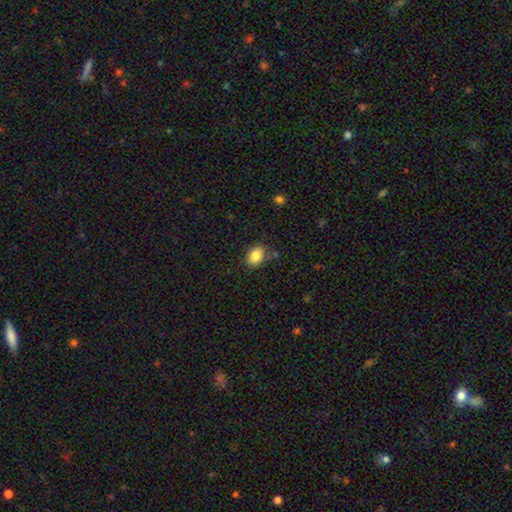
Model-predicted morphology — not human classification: Overall: smooth (85%). How rounded: in between (71%). Merging: none (78%).